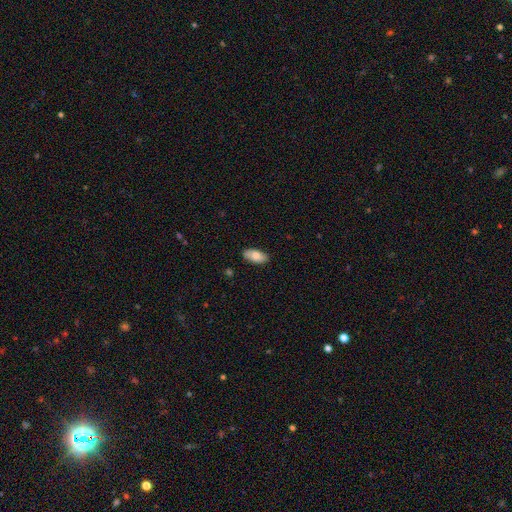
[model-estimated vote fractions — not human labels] Q: Smooth or featured?
A: smooth (75%); runner-up: featured or disk (19%)
Q: How rounded?
A: in between (90%); runner-up: cigar-shaped (7%)
Q: Merging?
A: none (85%); runner-up: minor disturbance (12%)